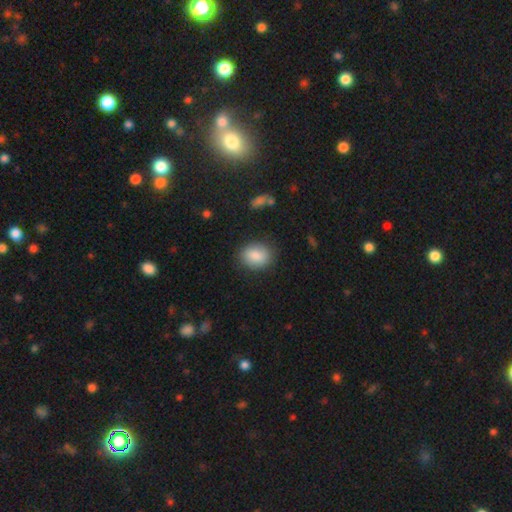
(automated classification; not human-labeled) Smooth or featured?
  - smooth: 84% *
  - featured or disk: 9%
  - star or artifact: 7%
How rounded?
  - in between: 60% *
  - round: 39%
  - cigar-shaped: 1%
Merging?
  - none: 81% *
  - minor disturbance: 14%
  - major disturbance: 4%
  - merger: 2%